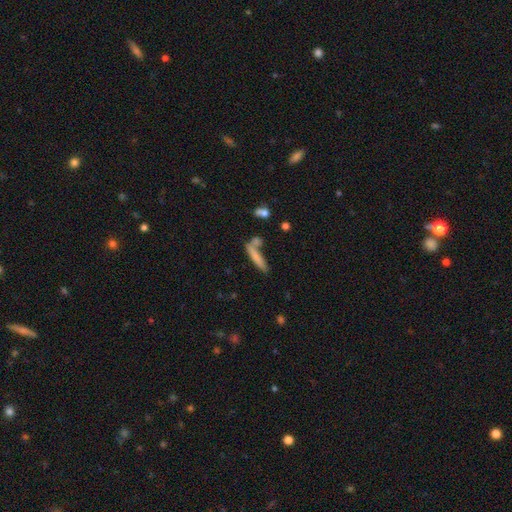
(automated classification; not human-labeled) The model was most divided on "merging": none: 60%, merger: 20%, minor disturbance: 14%, major disturbance: 5%. More confident: how rounded — cigar-shaped (89%); smooth or featured — smooth (71%).